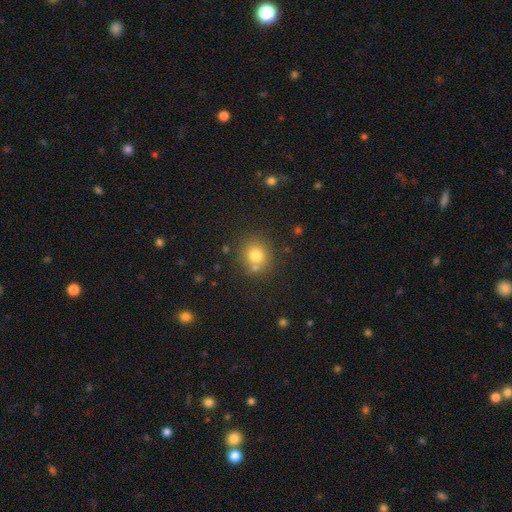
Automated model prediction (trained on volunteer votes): smooth 77%, star or artifact 14%, featured or disk 9%. Down the decision tree: how rounded — round (86%); merging — none (74%).